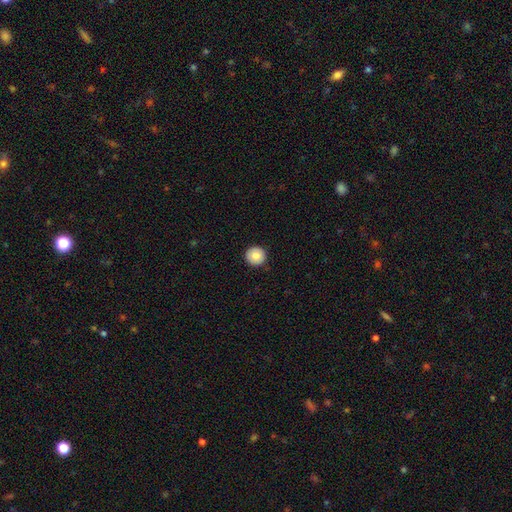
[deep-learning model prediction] Q: Smooth or featured?
A: smooth (83%); runner-up: featured or disk (9%)
Q: How rounded?
A: round (95%); runner-up: in between (4%)
Q: Merging?
A: none (92%); runner-up: minor disturbance (5%)